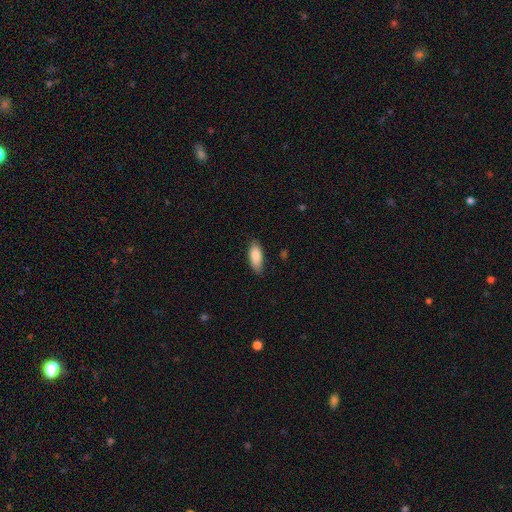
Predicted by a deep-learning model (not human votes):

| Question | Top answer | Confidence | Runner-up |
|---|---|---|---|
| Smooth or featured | smooth | 87% | featured or disk (7%) |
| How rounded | in between | 79% | cigar-shaped (19%) |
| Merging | none | 81% | minor disturbance (15%) |